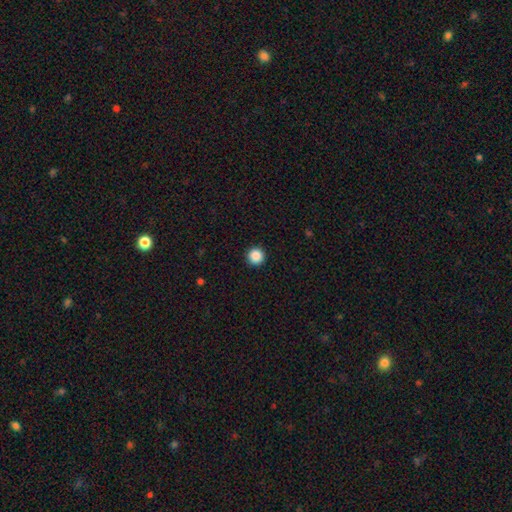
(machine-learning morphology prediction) Overall: smooth (87%). How rounded: round (96%). Merging: none (93%).